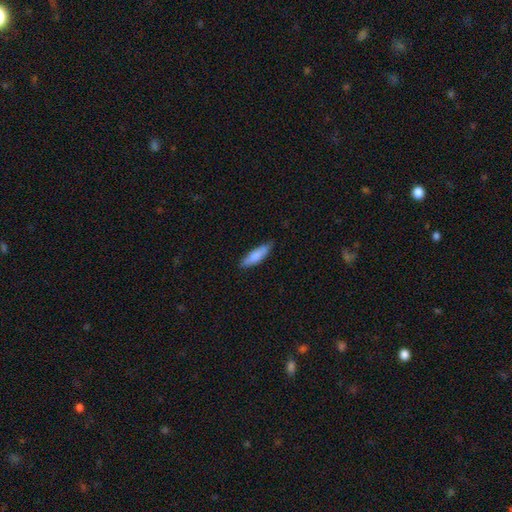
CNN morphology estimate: The model was most divided on "how rounded": cigar-shaped: 61%, in between: 37%, round: 2%. More confident: merging — none (81%); smooth or featured — smooth (76%).